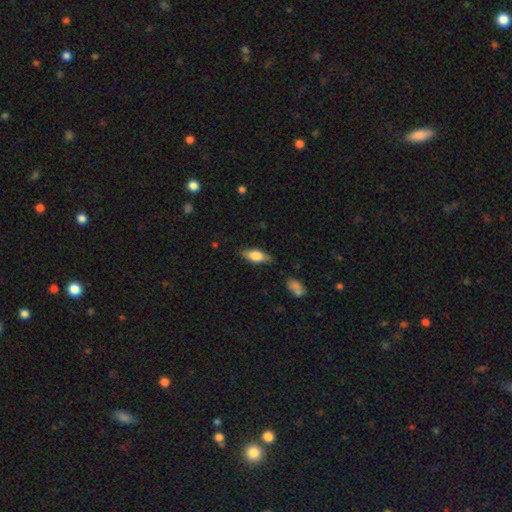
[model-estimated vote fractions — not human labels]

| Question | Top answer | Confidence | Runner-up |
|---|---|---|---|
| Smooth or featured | smooth | 69% | featured or disk (24%) |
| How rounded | in between | 76% | cigar-shaped (21%) |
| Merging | none | 80% | minor disturbance (15%) |